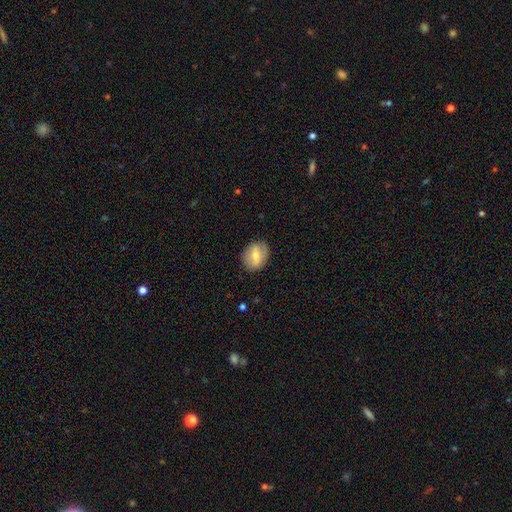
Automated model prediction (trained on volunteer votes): A smooth galaxy with no disk features (58%) that is in between round and cigar-shaped (55%). Merging: none (84%).